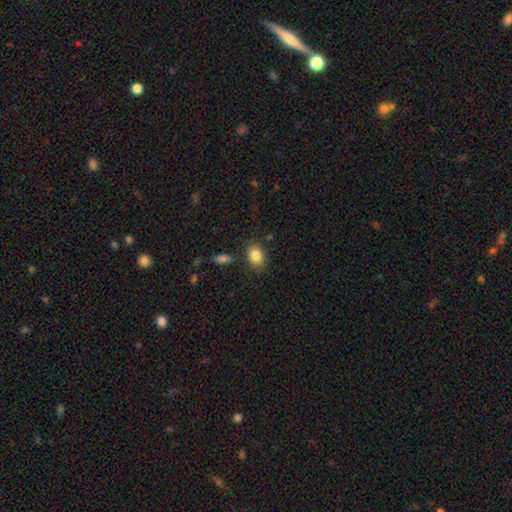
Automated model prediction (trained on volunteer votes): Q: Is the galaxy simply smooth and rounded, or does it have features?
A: smooth — 84%.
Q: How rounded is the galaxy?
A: in between — 67%.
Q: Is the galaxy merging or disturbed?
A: none — 82%.